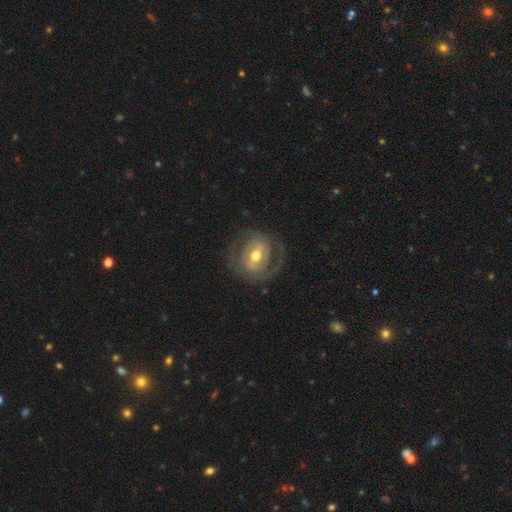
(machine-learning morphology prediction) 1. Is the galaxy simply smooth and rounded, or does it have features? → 74% featured or disk, 20% smooth, 6% star or artifact.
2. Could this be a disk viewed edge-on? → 96% no, 4% yes.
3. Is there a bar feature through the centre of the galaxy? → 39% weak, 31% no, 30% strong.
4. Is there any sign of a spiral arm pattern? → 66% yes, 34% no.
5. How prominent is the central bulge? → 74% moderate, 16% small, 8% large, 1% dominant, 1% none.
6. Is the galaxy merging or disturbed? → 72% none, 15% minor disturbance, 12% major disturbance, 1% merger.